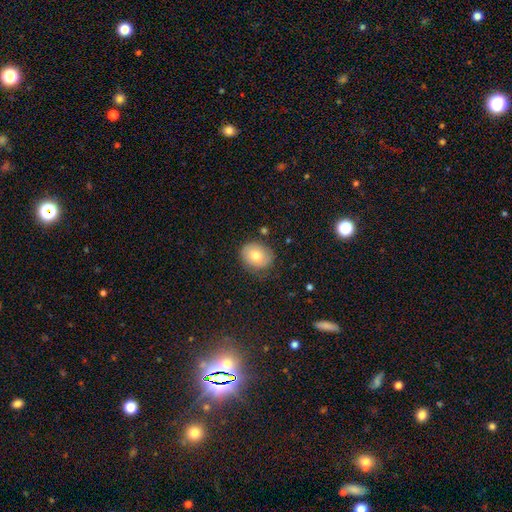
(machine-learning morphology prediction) smooth-or-featured: smooth: 70% | featured or disk: 21% | star or artifact: 9%
  how-rounded: round: 57% | in between: 42% | cigar-shaped: 1%
  merging: none: 75% | minor disturbance: 18% | major disturbance: 5% | merger: 2%